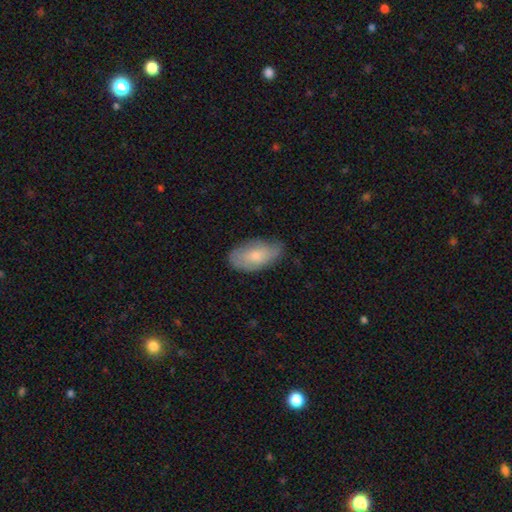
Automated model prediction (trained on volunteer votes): Morphology: type=smooth (68%); roundness=in between (93%); merging=none (67%).